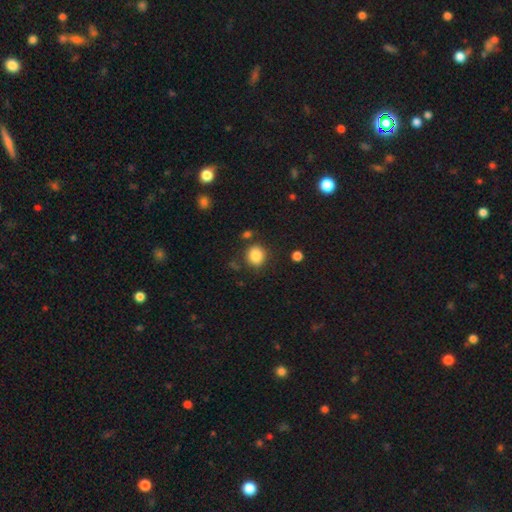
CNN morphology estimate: Overall: smooth (85%). How rounded: round (81%). Merging: none (83%).